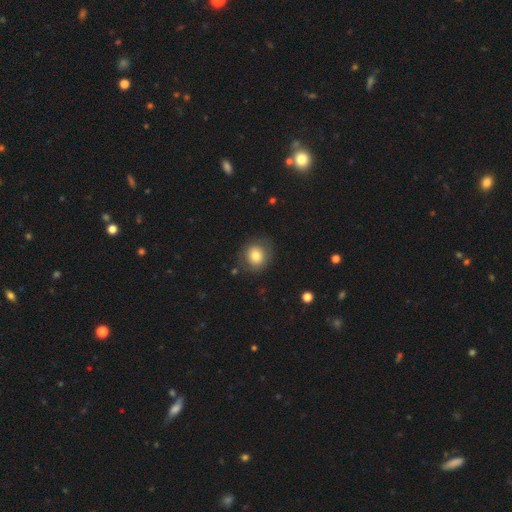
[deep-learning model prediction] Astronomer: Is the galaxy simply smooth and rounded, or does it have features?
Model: smooth — 77%.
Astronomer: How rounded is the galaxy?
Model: round — 81%.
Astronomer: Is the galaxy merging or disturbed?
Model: none — 80%.